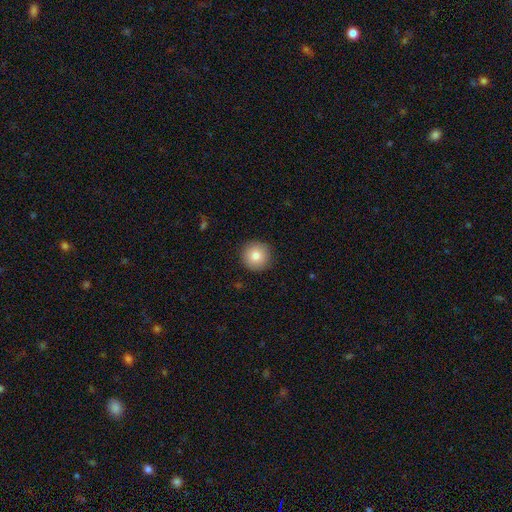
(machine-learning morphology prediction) smooth_or_featured: smooth (p=0.82) [alt: star or artifact p=0.09]
how_rounded: round (p=0.96) [alt: in between p=0.03]
merging: none (p=0.91) [alt: minor disturbance p=0.06]